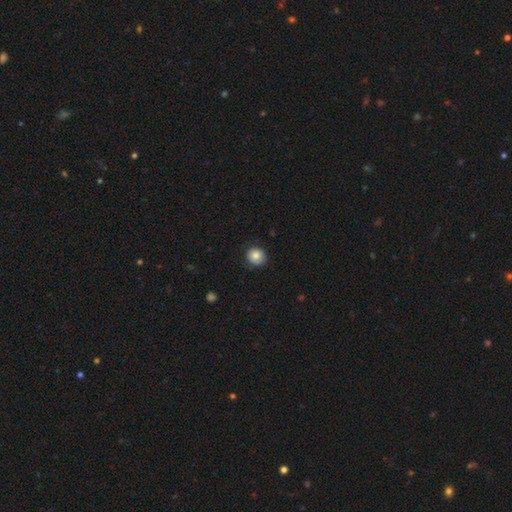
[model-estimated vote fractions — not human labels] A smooth galaxy with no disk features (82%) that is round (87%). Merging: none (82%).